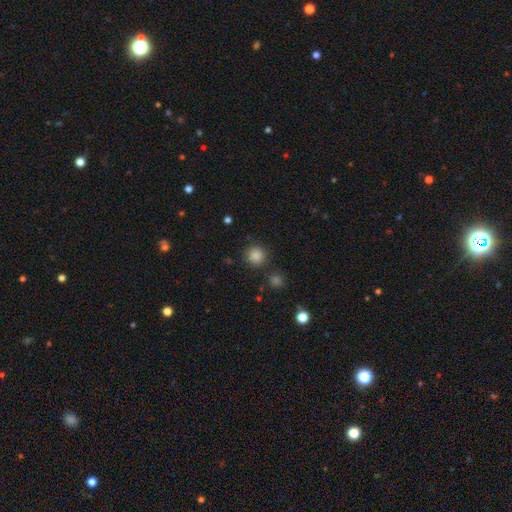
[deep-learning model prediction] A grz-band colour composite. It shows a smooth galaxy with no disk features (85%) that is round (92%). Merging: none (84%).